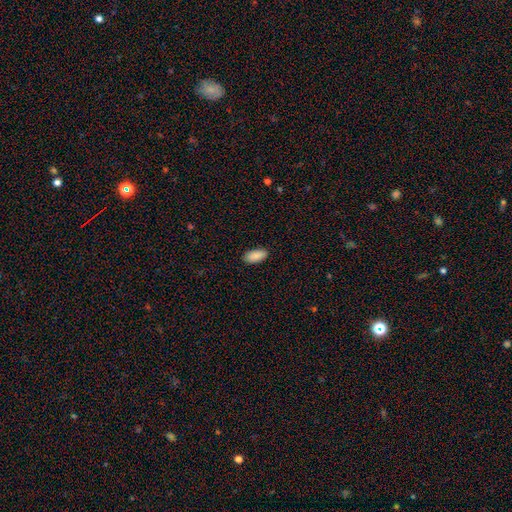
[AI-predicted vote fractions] Morphology: type=smooth (90%); roundness=in between (93%); merging=none (89%).